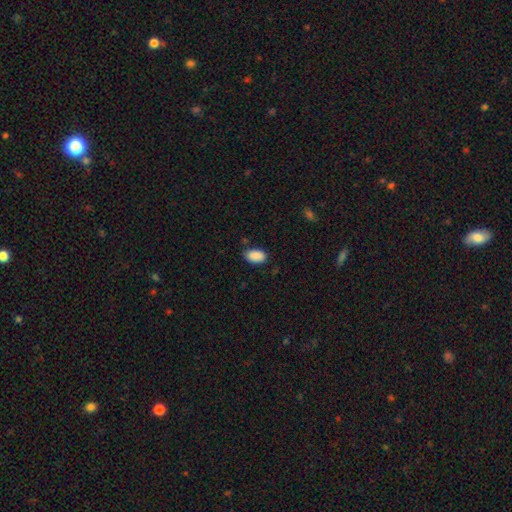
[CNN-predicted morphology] type=smooth (90%); roundness=in between (93%); merging=none (82%).